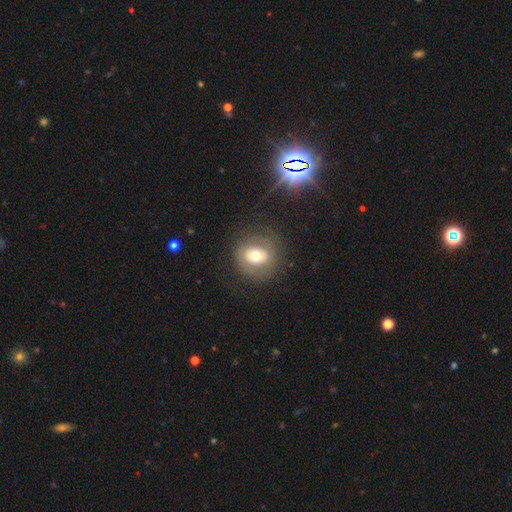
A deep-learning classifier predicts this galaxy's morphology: Smooth or featured? Predicted: smooth (p=0.53). How rounded? Predicted: round (p=0.75). Merging? Predicted: none (p=0.76).